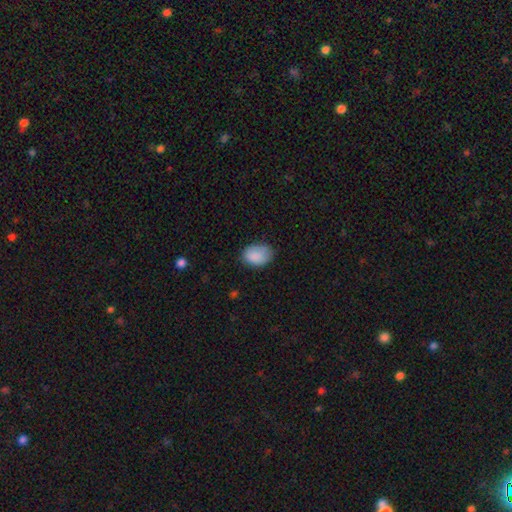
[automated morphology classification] smooth-or-featured: smooth: 87% | star or artifact: 7% | featured or disk: 6%
  how-rounded: in between: 80% | round: 19% | cigar-shaped: 1%
  merging: none: 70% | minor disturbance: 24% | major disturbance: 5% | merger: 1%